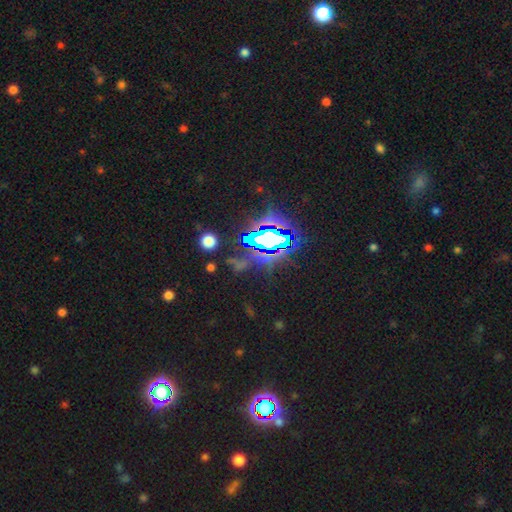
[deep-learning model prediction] This appears to be a star or artifact, not a galaxy (82%).